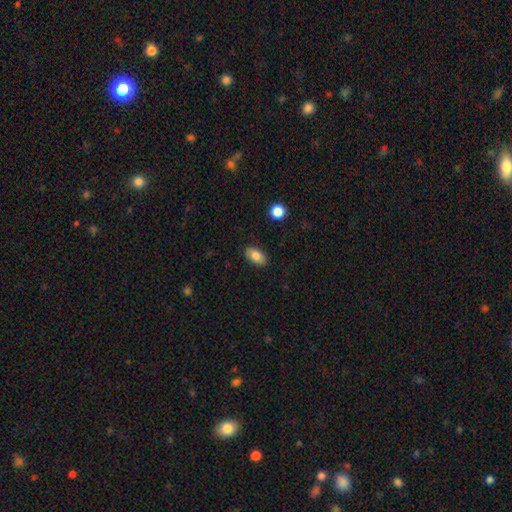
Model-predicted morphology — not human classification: Q: Smooth or featured?
A: smooth (85%); runner-up: star or artifact (8%)
Q: How rounded?
A: in between (92%); runner-up: round (6%)
Q: Merging?
A: none (87%); runner-up: minor disturbance (9%)